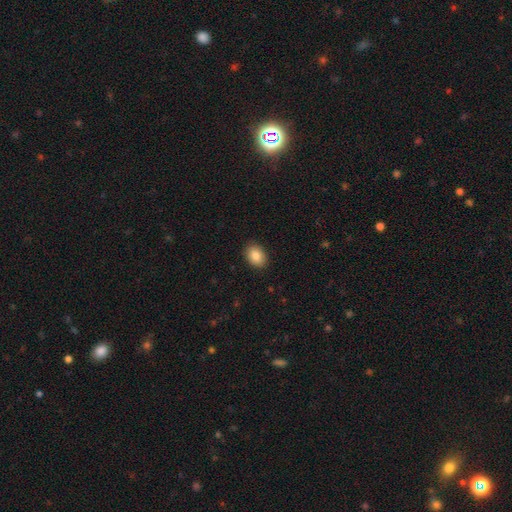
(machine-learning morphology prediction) A smooth galaxy with no disk features (85%) that is in between round and cigar-shaped (69%). Merging: none (90%).